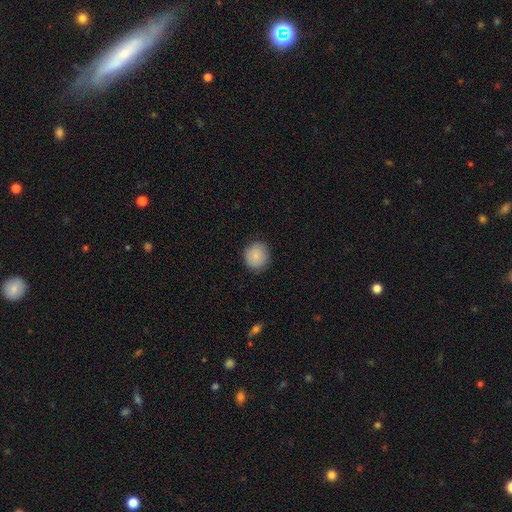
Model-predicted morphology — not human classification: Smooth or featured: smooth — 87% (star or artifact — 8%)
How rounded: round — 87% (in between — 12%)
Merging: none — 87% (minor disturbance — 10%)